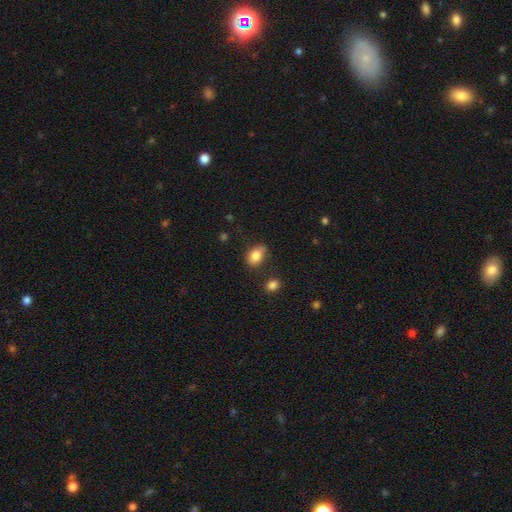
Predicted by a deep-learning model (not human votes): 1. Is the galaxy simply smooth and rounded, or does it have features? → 83% smooth, 9% star or artifact, 9% featured or disk.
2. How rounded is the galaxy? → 79% in between, 20% round, 2% cigar-shaped.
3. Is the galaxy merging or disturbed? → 66% none, 24% minor disturbance, 5% merger, 5% major disturbance.